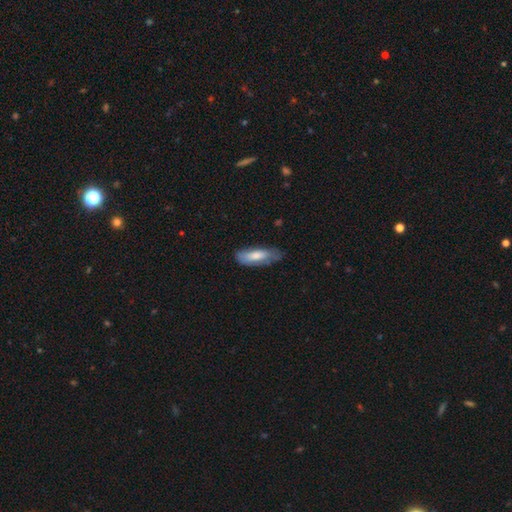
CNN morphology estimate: smooth 74%, featured or disk 20%, star or artifact 6%. Down the decision tree: how rounded — in between (60%); merging — none (59%).